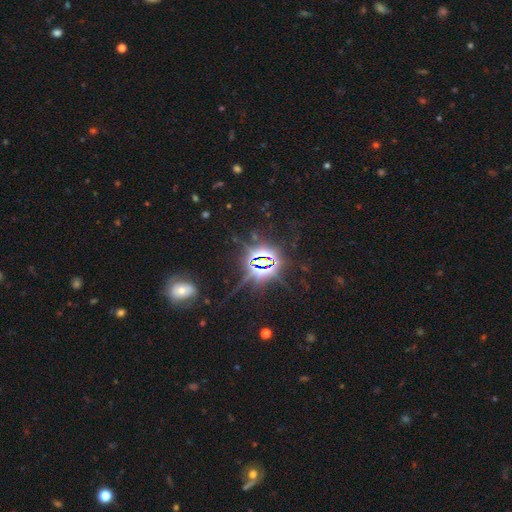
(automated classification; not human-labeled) Smooth or featured? star or artifact (84%)